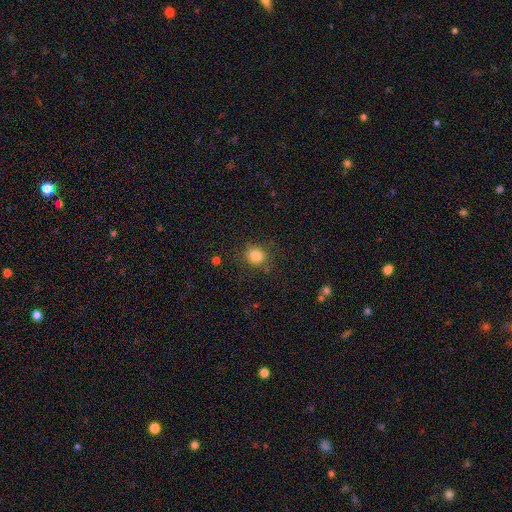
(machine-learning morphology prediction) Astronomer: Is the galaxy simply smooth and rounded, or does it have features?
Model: smooth — 83%.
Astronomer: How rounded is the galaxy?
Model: round — 76%.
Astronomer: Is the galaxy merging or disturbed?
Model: none — 79%.